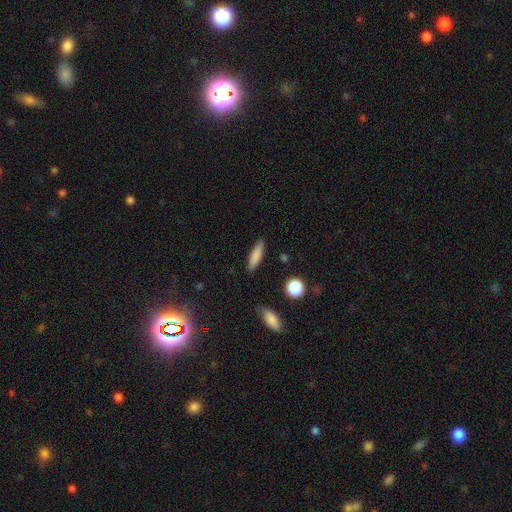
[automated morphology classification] Smooth or featured? Predicted: smooth (p=0.82). How rounded? Predicted: cigar-shaped (p=0.66). Merging? Predicted: none (p=0.86).